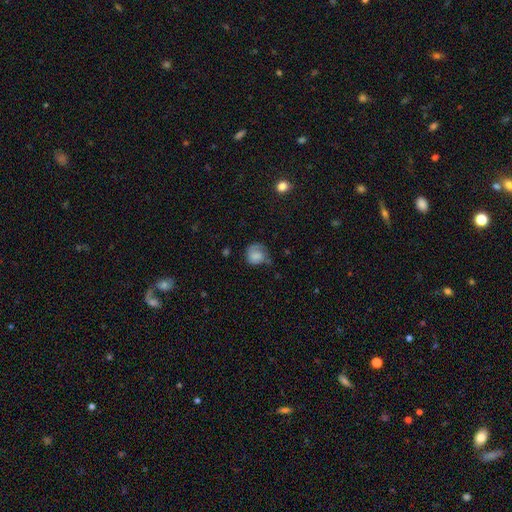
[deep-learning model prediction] Q: Smooth or featured?
A: smooth (68%); runner-up: featured or disk (23%)
Q: How rounded?
A: round (73%); runner-up: in between (26%)
Q: Merging?
A: none (44%); runner-up: minor disturbance (32%)